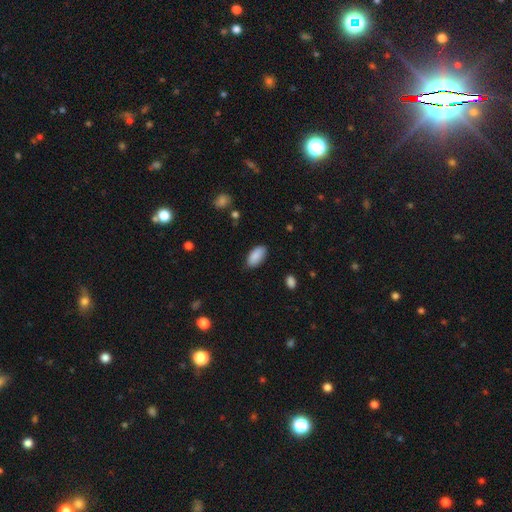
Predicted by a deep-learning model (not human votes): smooth-or-featured: smooth: 89% | star or artifact: 6% | featured or disk: 5%
  how-rounded: in between: 93% | cigar-shaped: 5% | round: 2%
  merging: none: 85% | minor disturbance: 12% | major disturbance: 2% | merger: 1%